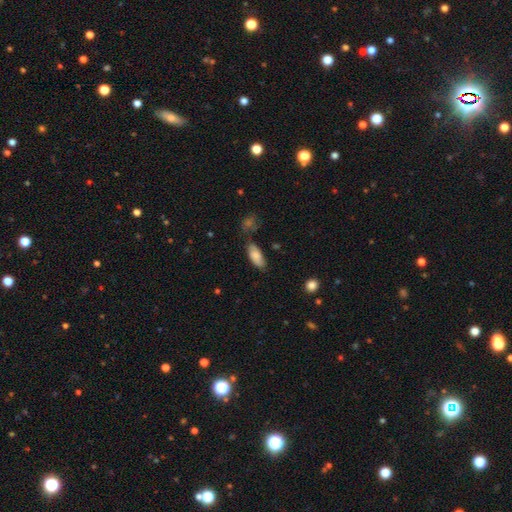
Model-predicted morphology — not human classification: Smooth or featured: smooth — 80% (featured or disk — 13%)
How rounded: in between — 82% (cigar-shaped — 16%)
Merging: none — 69% (minor disturbance — 21%)